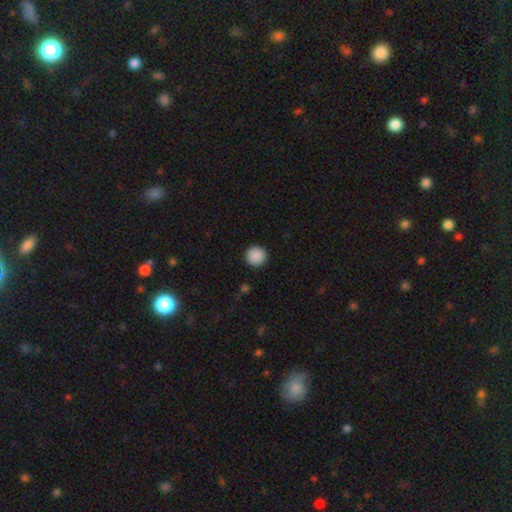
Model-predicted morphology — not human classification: A smooth galaxy with no disk features (90%) that is round (95%).

Vote fractions:
- Smooth or featured? smooth: 90% / star or artifact: 8% / featured or disk: 2%
- How rounded? round: 95% / in between: 4% / cigar-shaped: 1%
- Merging? none: 92% / minor disturbance: 5% / major disturbance: 2% / merger: 1%